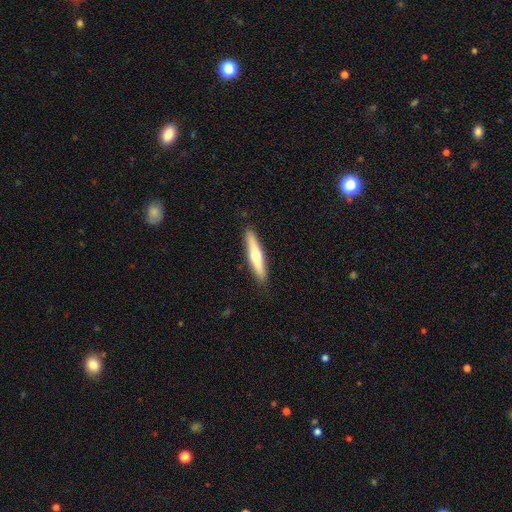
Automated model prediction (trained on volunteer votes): featured or disk 48%, smooth 47%, star or artifact 5%. Down the decision tree: merging — none (89%).